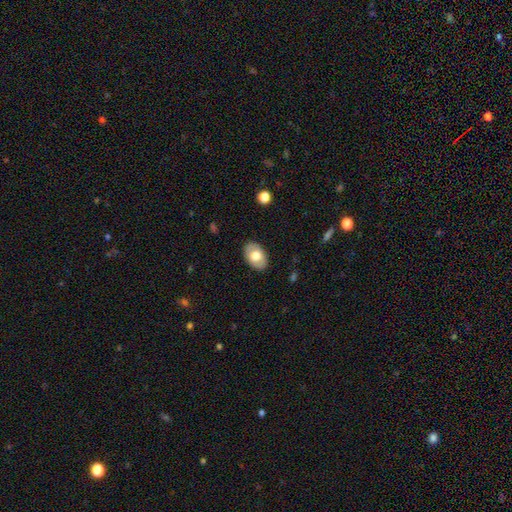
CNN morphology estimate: This is likely a smooth galaxy (70%). How rounded: clearly in between (88%). Merging: clearly none (87%).